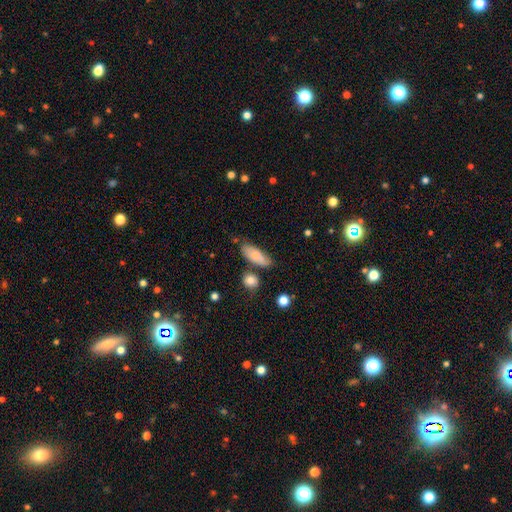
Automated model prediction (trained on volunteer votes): A smooth galaxy with no disk features (78%) that is in between round and cigar-shaped (75%).

Vote fractions:
- Smooth or featured? smooth: 78% / featured or disk: 15% / star or artifact: 7%
- How rounded? in between: 75% / cigar-shaped: 22% / round: 3%
- Merging? none: 65% / minor disturbance: 20% / merger: 10% / major disturbance: 5%